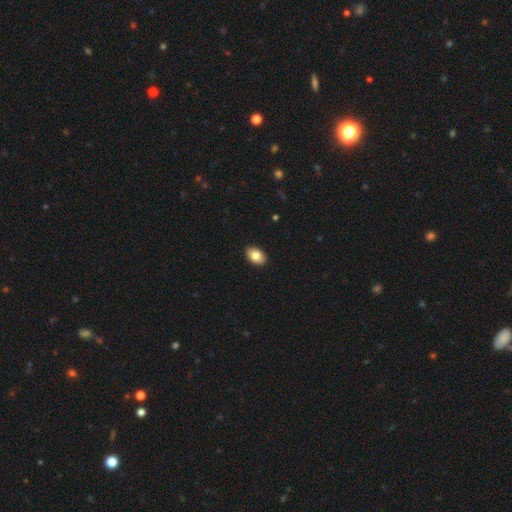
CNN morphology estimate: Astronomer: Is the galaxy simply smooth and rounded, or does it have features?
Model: smooth — 83%.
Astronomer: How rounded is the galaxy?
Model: in between — 89%.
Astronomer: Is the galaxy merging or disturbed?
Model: none — 91%.